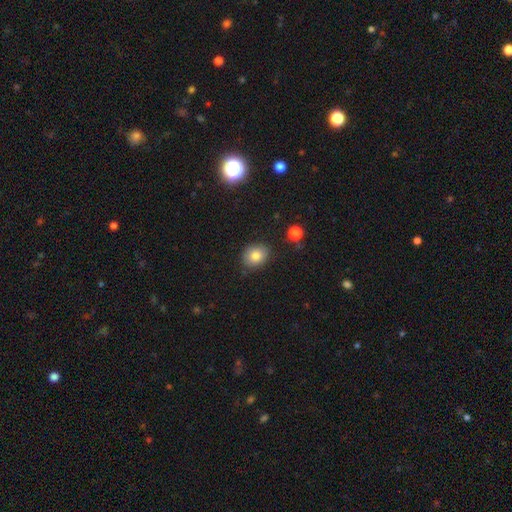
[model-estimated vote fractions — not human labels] A smooth galaxy with no disk features (80%) that is round (57%).

Vote fractions:
- Smooth or featured? smooth: 80% / star or artifact: 10% / featured or disk: 9%
- How rounded? round: 57% / in between: 42% / cigar-shaped: 1%
- Merging? none: 81% / minor disturbance: 14% / major disturbance: 3% / merger: 2%